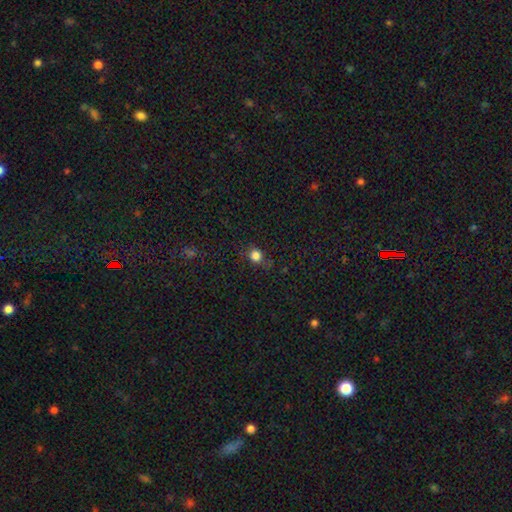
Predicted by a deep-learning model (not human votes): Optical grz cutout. It shows a smooth galaxy with no disk features (79%) that is round (78%). Merging: none (74%).